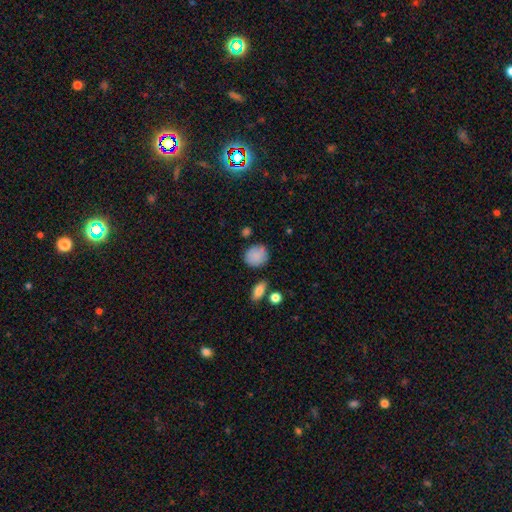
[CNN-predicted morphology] The model was most divided on "merging": none: 72%, minor disturbance: 18%, merger: 5%, major disturbance: 5%. More confident: smooth or featured — smooth (84%); how rounded — round (78%).